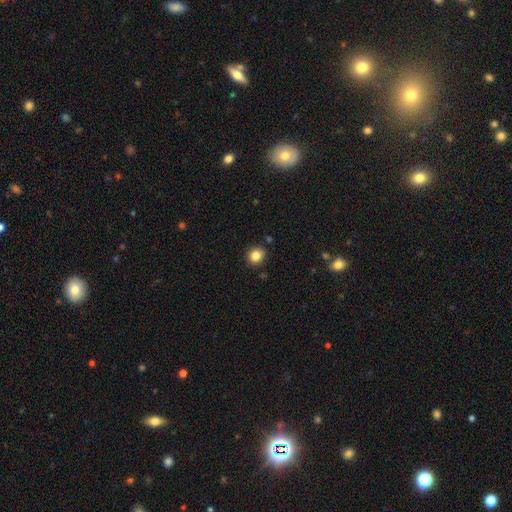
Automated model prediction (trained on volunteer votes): This is clearly a smooth galaxy (84%). How rounded: likely round (72%). Merging: clearly none (88%).